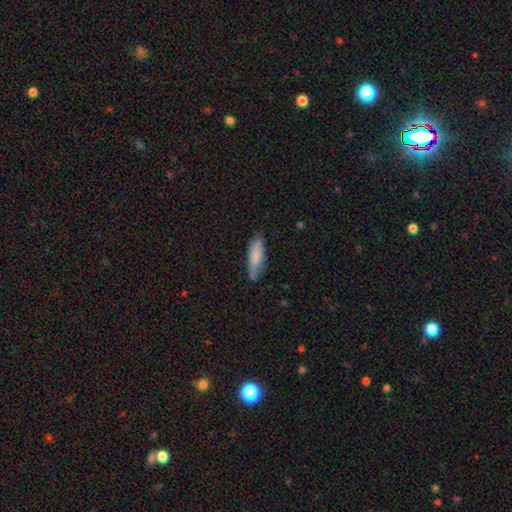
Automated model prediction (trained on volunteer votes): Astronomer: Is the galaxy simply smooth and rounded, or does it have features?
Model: smooth — 75%.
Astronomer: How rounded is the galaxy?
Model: cigar-shaped — 56% (runner-up: in between, 42%).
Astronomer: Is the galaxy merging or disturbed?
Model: none — 69%.